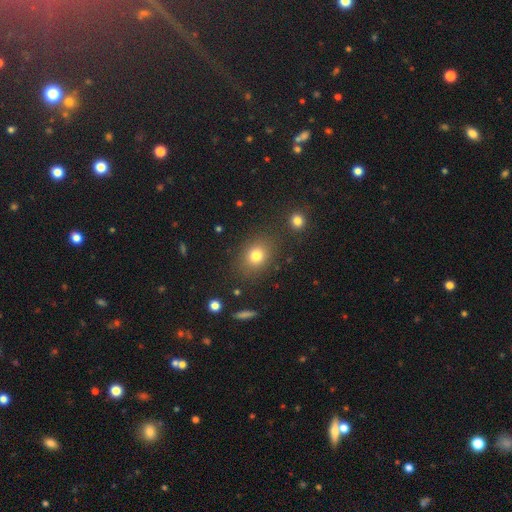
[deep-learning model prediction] Morphology: type=smooth (78%); roundness=round (53%); merging=none (83%).